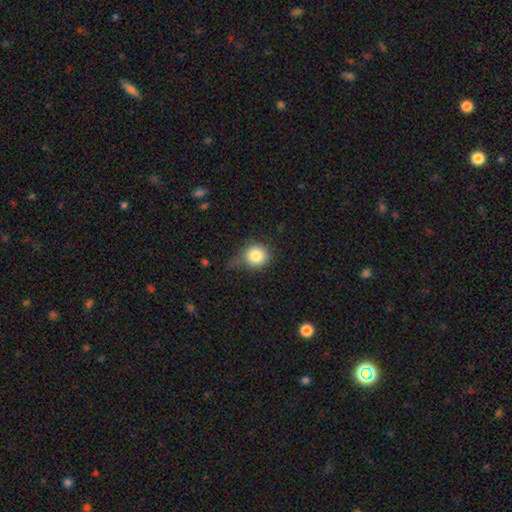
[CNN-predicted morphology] Smooth or featured? smooth (83%)
How rounded? round (86%)
Merging? none (55%)